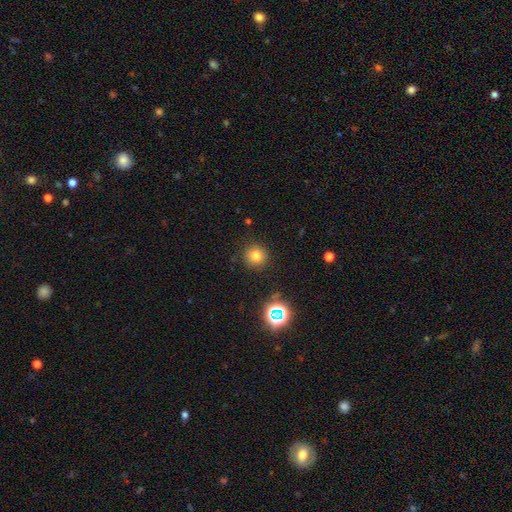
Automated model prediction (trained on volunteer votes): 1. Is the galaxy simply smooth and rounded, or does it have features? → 75% smooth, 18% star or artifact, 7% featured or disk.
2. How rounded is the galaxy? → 94% round, 5% in between, 1% cigar-shaped.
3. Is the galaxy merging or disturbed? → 89% none, 7% minor disturbance, 2% major disturbance, 2% merger.